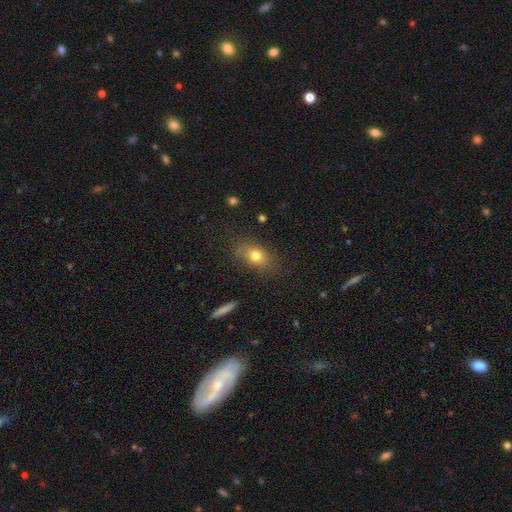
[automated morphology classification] This appears to be a smooth galaxy with no disk features (76%) that is in between round and cigar-shaped (77%). Merging: none (77%).